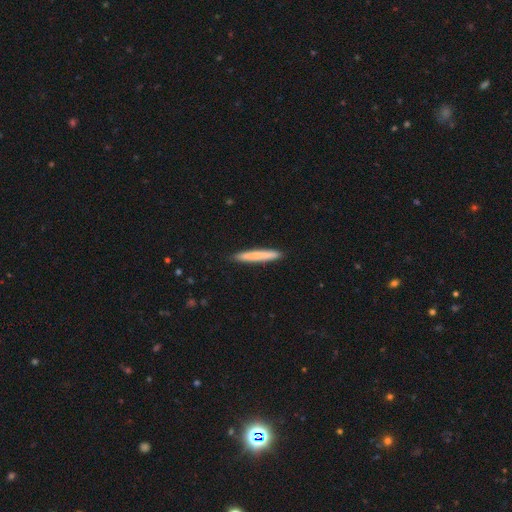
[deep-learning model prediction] Overall: smooth (71%). How rounded: cigar-shaped (96%). Merging: none (91%).